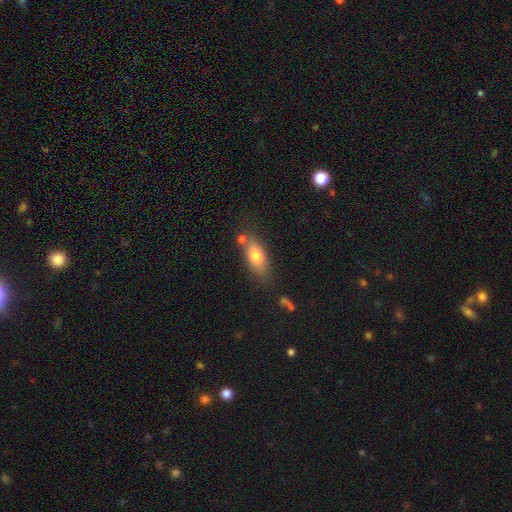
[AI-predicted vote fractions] Smooth or featured: smooth — 74% (featured or disk — 18%)
How rounded: in between — 78% (cigar-shaped — 16%)
Merging: none — 66% (minor disturbance — 17%)